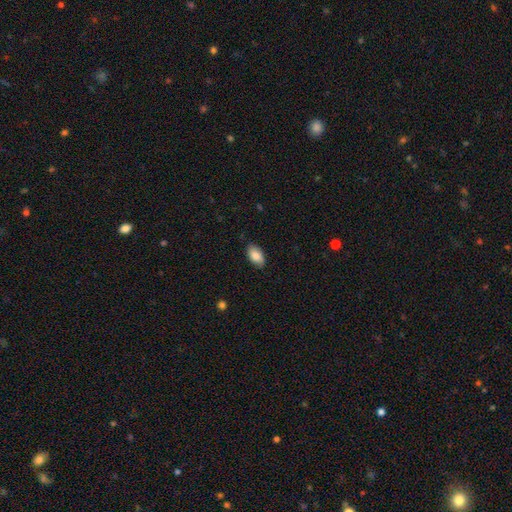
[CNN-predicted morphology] smooth_or_featured: smooth (p=0.85) [alt: featured or disk p=0.08]
how_rounded: in between (p=0.94) [alt: round p=0.04]
merging: none (p=0.83) [alt: minor disturbance p=0.13]